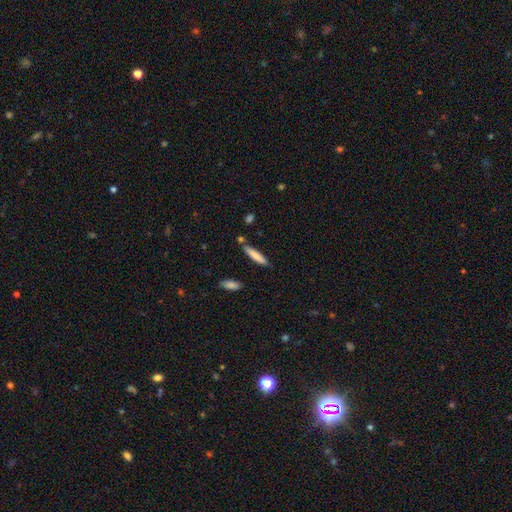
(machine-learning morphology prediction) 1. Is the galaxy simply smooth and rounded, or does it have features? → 79% smooth, 15% featured or disk, 6% star or artifact.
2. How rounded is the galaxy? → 86% cigar-shaped, 13% in between, 1% round.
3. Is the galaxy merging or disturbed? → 82% none, 11% minor disturbance, 5% merger, 2% major disturbance.